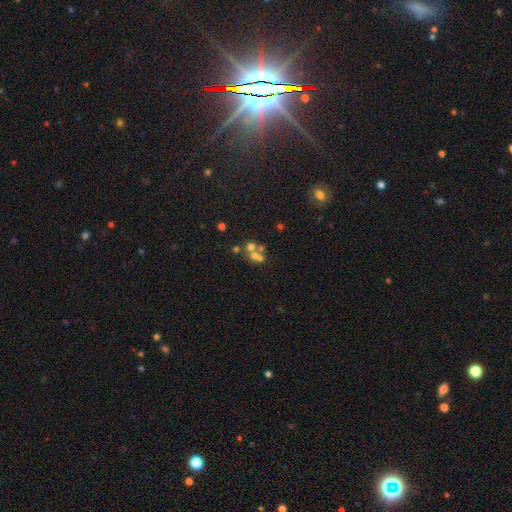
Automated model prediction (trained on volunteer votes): This appears to be a smooth galaxy with no disk features (48%). Merging: merger (53%).